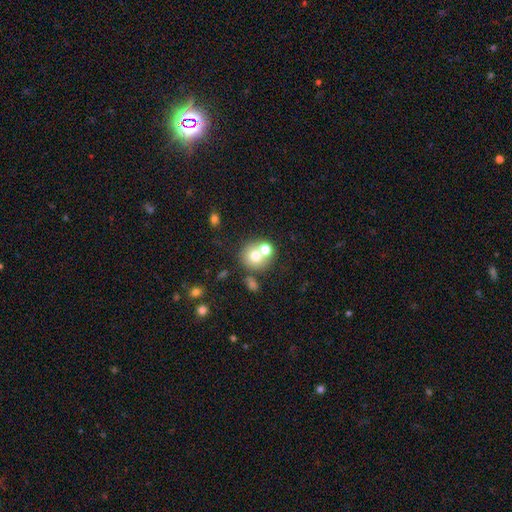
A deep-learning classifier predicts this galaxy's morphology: Overall: smooth (69%). How rounded: round (86%). Merging: none (48%; merger 40%).